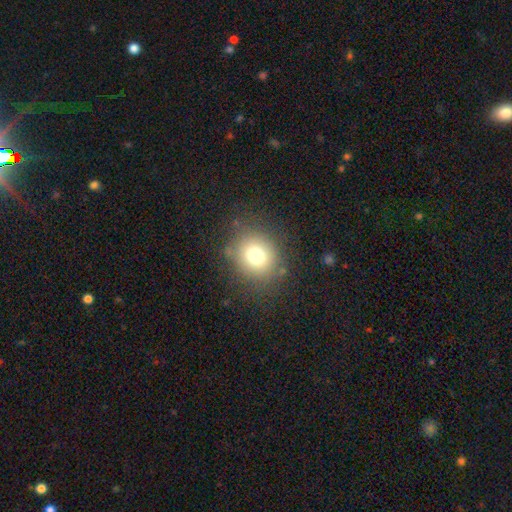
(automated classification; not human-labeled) A smooth galaxy with no disk features (75%) that is round (79%). Merging: none (80%).